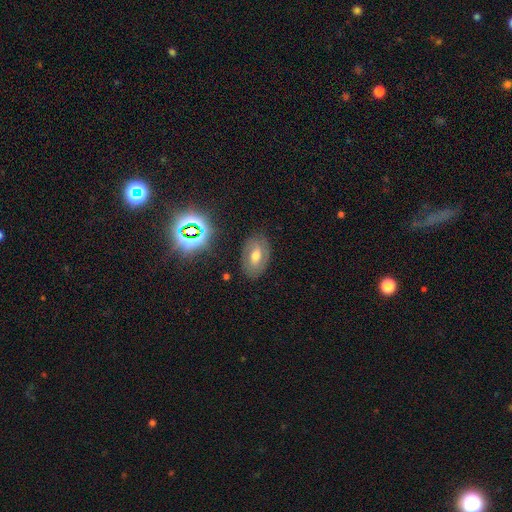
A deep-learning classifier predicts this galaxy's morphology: Overall: smooth (42%; featured or disk 41%). Merging: none (80%).